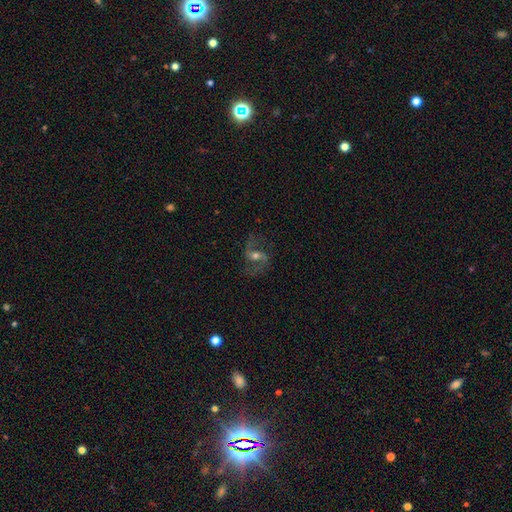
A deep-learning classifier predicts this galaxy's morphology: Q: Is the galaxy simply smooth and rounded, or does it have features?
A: featured or disk — 84%.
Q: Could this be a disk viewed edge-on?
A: no — 97%.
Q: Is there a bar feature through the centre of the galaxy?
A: weak — 46%.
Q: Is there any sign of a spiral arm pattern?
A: yes — 95%.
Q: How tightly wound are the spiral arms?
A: loose — 53%.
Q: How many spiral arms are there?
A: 2 — 92%.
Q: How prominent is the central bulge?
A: moderate — 61%.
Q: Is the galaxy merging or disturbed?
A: none — 74%.